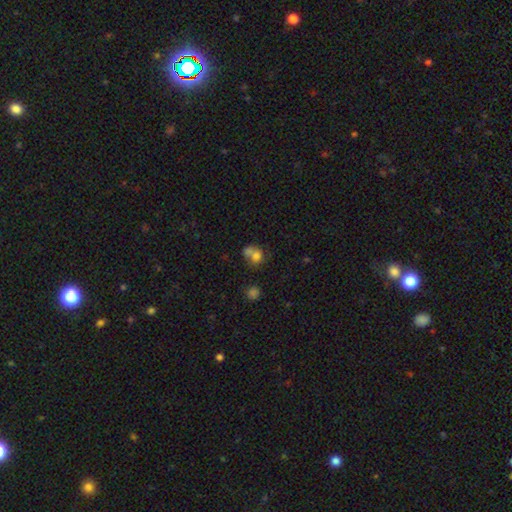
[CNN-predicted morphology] A smooth galaxy with no disk features (73%) that is round (65%). Merging: merger (53%).